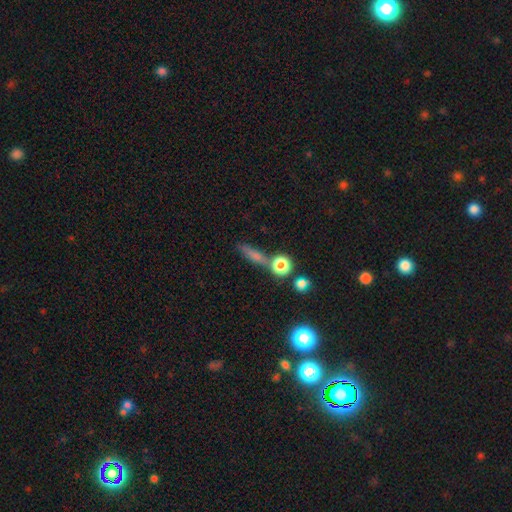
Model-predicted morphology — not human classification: A smooth galaxy with no disk features (57%) that is cigar-shaped (52%).

Vote fractions:
- Smooth or featured? smooth: 57% / star or artifact: 22% / featured or disk: 21%
- How rounded? cigar-shaped: 52% / round: 25% / in between: 23%
- Merging? none: 65% / merger: 16% / minor disturbance: 12% / major disturbance: 7%